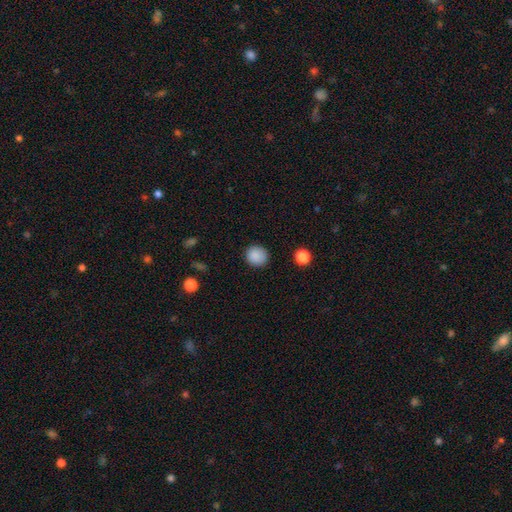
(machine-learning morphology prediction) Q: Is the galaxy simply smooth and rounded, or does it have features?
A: smooth — 88%.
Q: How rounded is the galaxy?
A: round — 90%.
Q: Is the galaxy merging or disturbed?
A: none — 89%.